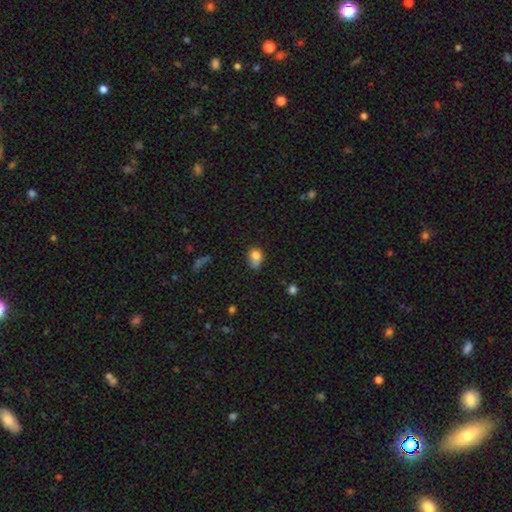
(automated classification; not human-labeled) smooth-or-featured: smooth: 79% | star or artifact: 11% | featured or disk: 10%
  how-rounded: in between: 59% | round: 39% | cigar-shaped: 2%
  merging: none: 39% | minor disturbance: 35% | major disturbance: 15% | merger: 11%